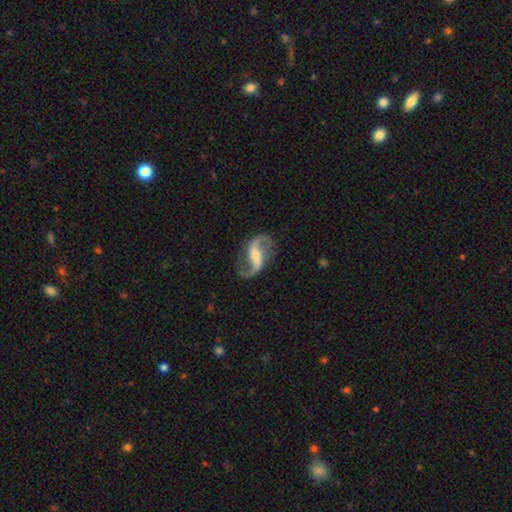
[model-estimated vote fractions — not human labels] This is clearly a featured or disk galaxy (91%). It is clearly not viewed edge-on (97%). Bar: marginally weak (39%). Spiral arm pattern: clearly yes (97%). Spiral arm count: clearly 2 (94%). Spiral winding: likely loose (76%). Central bulge: marginally small (44%). Merging: clearly none (80%).